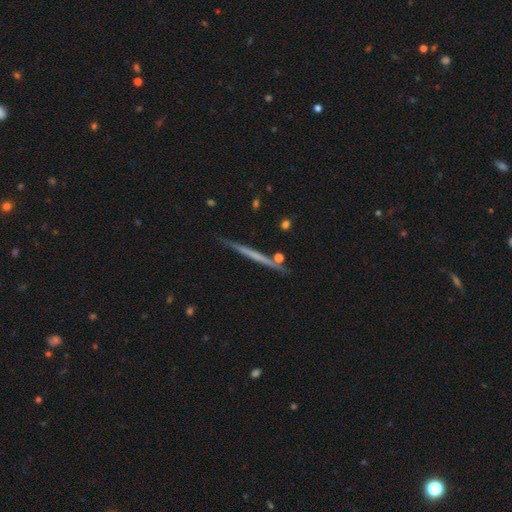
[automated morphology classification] Smooth or featured? featured or disk (56%)
Edge-on disk? yes (97%)
Edge-on bulge? none (88%)
Merging? none (86%)